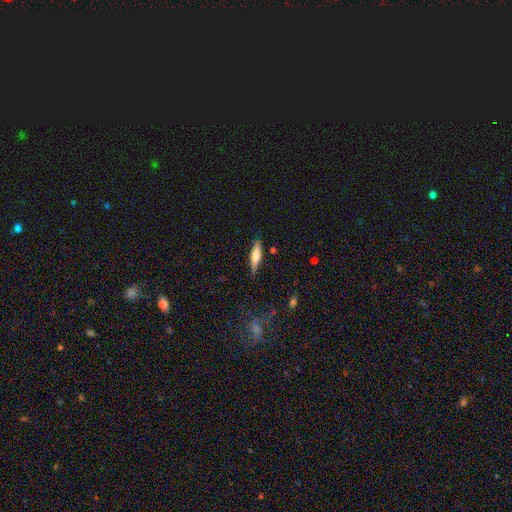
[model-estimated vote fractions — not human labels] The model was most divided on "smooth or featured": smooth: 59%, featured or disk: 35%, star or artifact: 6%. More confident: merging — none (84%); how rounded — cigar-shaped (76%).